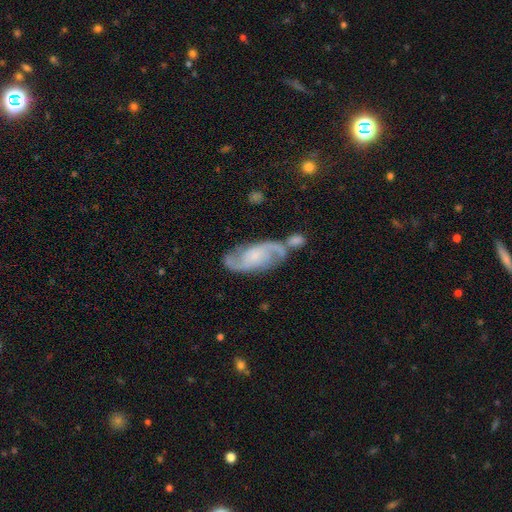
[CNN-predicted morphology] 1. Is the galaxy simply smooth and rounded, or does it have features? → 86% featured or disk, 8% smooth, 5% star or artifact.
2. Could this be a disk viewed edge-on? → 95% no, 5% yes.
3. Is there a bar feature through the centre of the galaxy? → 55% no, 35% weak, 10% strong.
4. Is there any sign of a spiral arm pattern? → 97% yes, 3% no.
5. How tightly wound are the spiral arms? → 52% medium, 25% loose, 23% tight.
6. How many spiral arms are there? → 90% 2, 4% can't tell, 2% 3, 1% 1, 1% 4, 1% more than 4.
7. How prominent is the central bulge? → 56% small, 26% moderate, 13% none, 4% large, 1% dominant.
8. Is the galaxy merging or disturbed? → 64% none, 16% minor disturbance, 14% merger, 6% major disturbance.